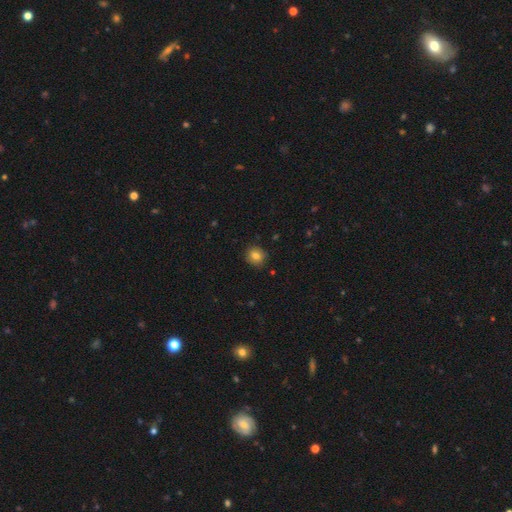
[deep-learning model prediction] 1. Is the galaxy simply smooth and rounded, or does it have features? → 81% smooth, 11% star or artifact, 8% featured or disk.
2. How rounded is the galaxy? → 85% round, 14% in between, 1% cigar-shaped.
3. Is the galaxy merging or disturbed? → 86% none, 10% minor disturbance, 2% major disturbance, 1% merger.